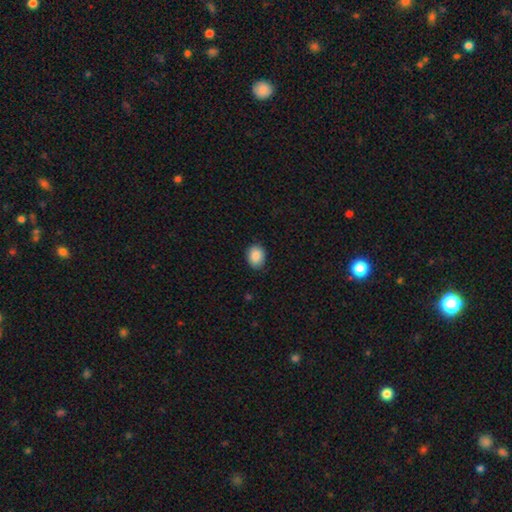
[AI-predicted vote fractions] Q: Smooth or featured?
A: smooth (88%); runner-up: star or artifact (8%)
Q: How rounded?
A: in between (57%); runner-up: round (42%)
Q: Merging?
A: none (85%); runner-up: minor disturbance (12%)